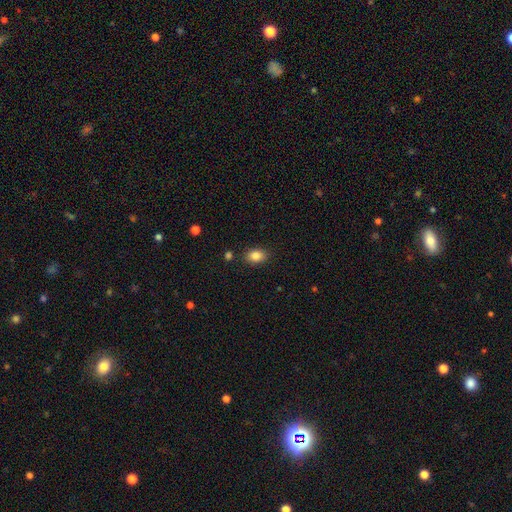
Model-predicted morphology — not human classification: Smooth or featured? Predicted: smooth (p=0.85). How rounded? Predicted: in between (p=0.79). Merging? Predicted: none (p=0.86).